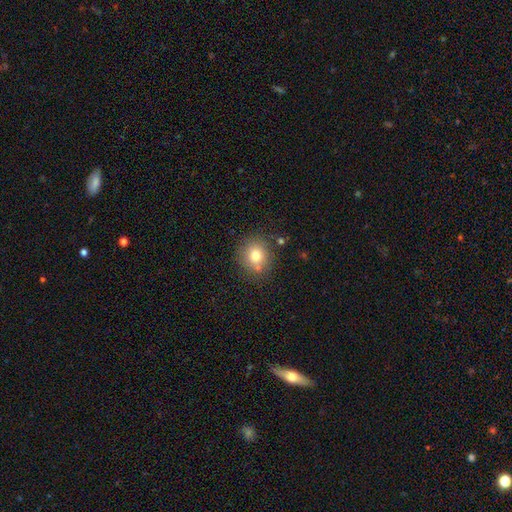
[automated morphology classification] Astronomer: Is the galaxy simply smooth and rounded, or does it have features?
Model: smooth — 77%.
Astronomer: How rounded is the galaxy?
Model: round — 85%.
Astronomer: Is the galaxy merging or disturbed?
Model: none — 78%.